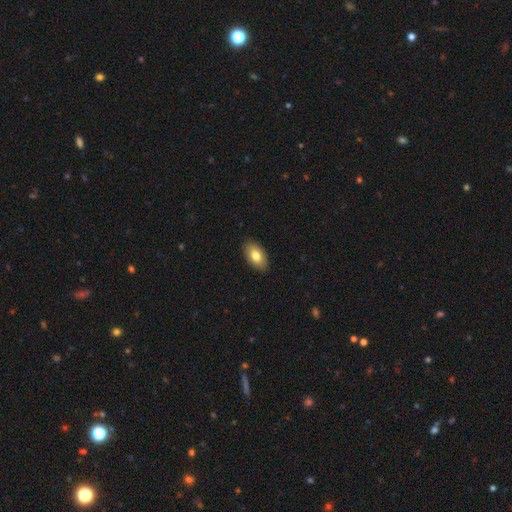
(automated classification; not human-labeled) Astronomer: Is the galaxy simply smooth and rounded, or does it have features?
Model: smooth — 78%.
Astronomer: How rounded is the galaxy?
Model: in between — 93%.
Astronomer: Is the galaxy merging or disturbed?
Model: none — 89%.